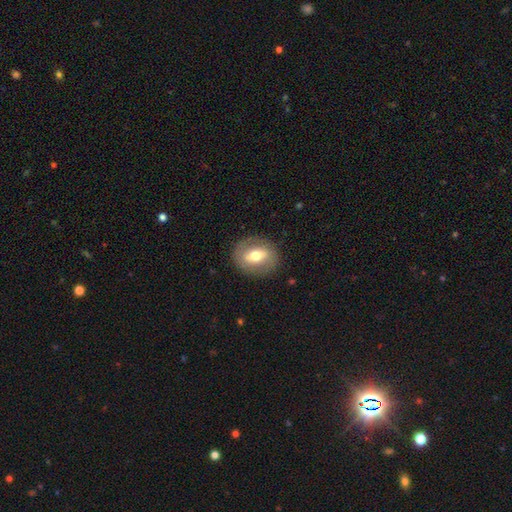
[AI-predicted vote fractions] A smooth galaxy with no disk features (52%) that is round (51%).

Vote fractions:
- Smooth or featured? smooth: 52% / featured or disk: 41% / star or artifact: 7%
- How rounded? round: 51% / in between: 47% / cigar-shaped: 2%
- Merging? none: 84% / minor disturbance: 11% / major disturbance: 4% / merger: 1%